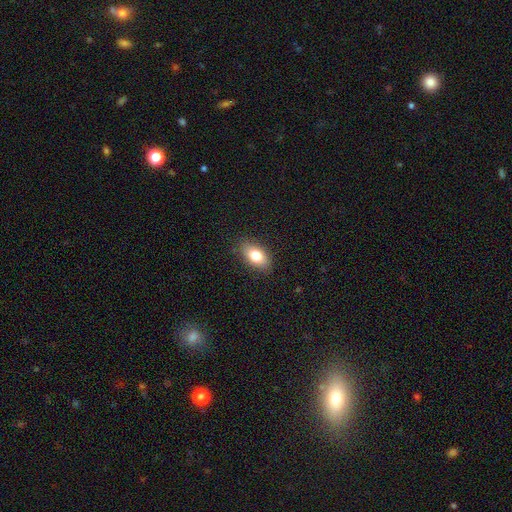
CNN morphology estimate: Smooth or featured?
  - smooth: 79% *
  - featured or disk: 13%
  - star or artifact: 8%
How rounded?
  - in between: 89% *
  - round: 7%
  - cigar-shaped: 4%
Merging?
  - none: 86% *
  - minor disturbance: 11%
  - major disturbance: 3%
  - merger: 1%